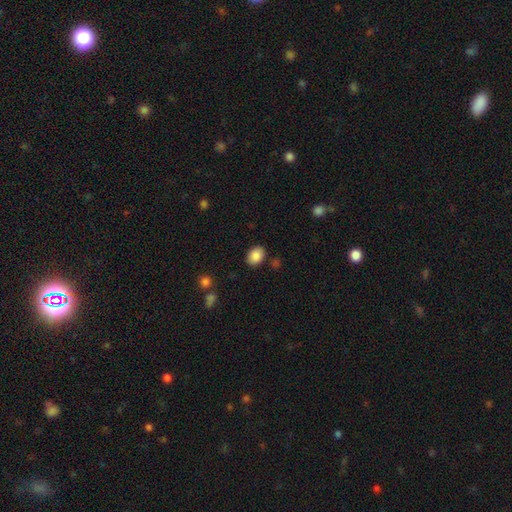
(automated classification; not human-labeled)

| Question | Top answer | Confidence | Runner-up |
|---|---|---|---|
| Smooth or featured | smooth | 87% | star or artifact (8%) |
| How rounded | in between | 66% | round (33%) |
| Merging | none | 86% | minor disturbance (9%) |